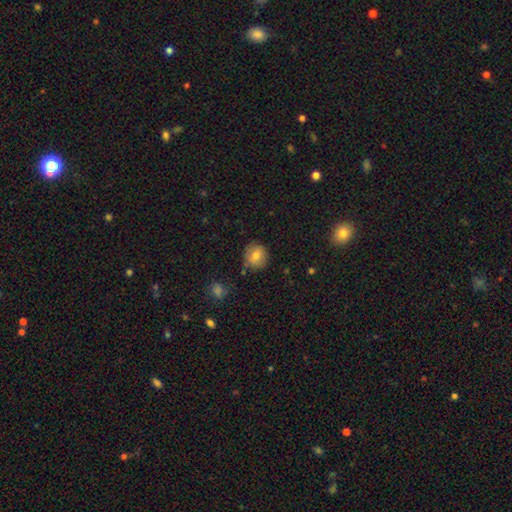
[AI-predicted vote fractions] Smooth or featured? smooth (79%)
How rounded? round (84%)
Merging? none (80%)